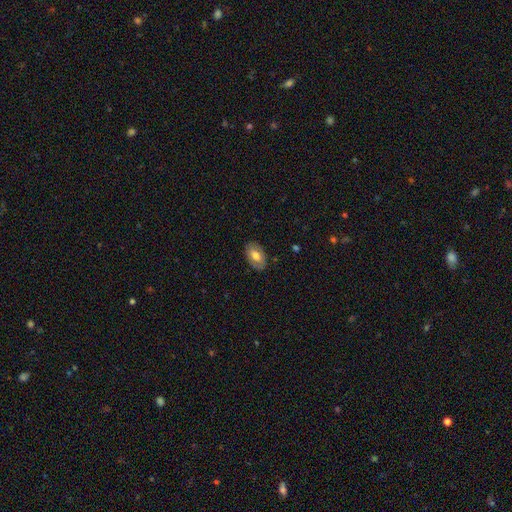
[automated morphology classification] Smooth or featured: smooth — 64% (featured or disk — 30%)
How rounded: in between — 92% (round — 6%)
Merging: none — 85% (minor disturbance — 11%)